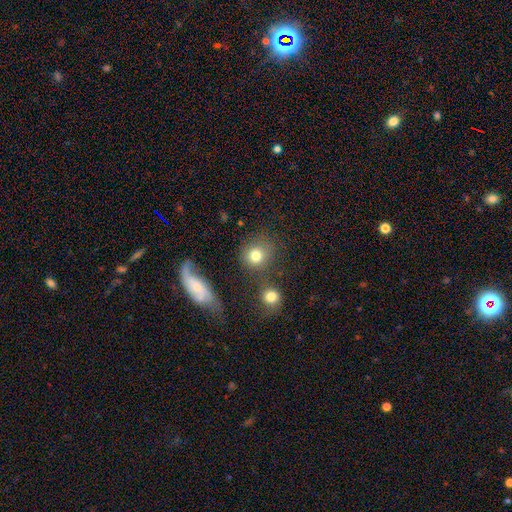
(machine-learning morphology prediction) A smooth galaxy with no disk features (80%) that is round (85%). Merging: none (66%).